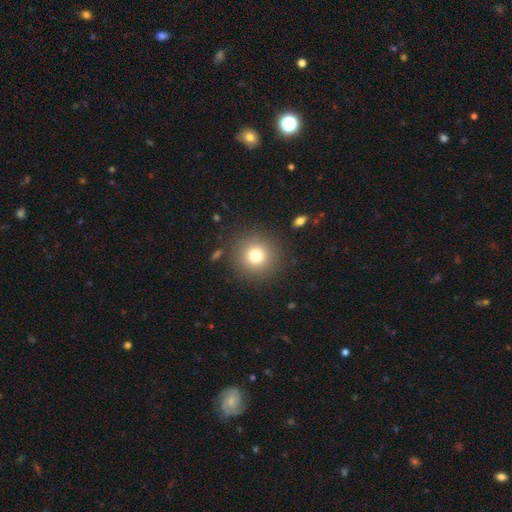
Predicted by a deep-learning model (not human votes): Q: Smooth or featured?
A: smooth (76%); runner-up: star or artifact (13%)
Q: How rounded?
A: round (95%); runner-up: in between (4%)
Q: Merging?
A: none (88%); runner-up: minor disturbance (7%)